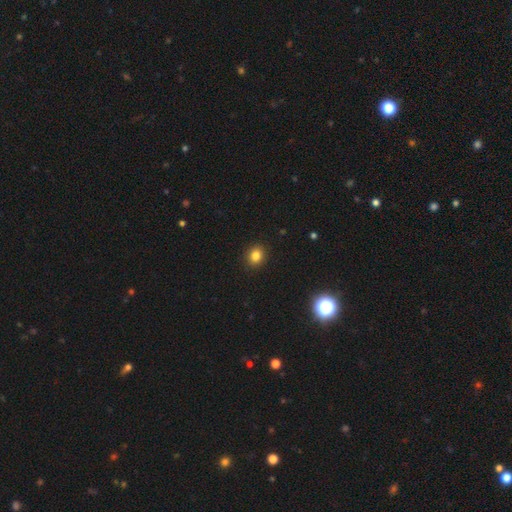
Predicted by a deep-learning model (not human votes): The model was most divided on "how rounded": round: 67%, in between: 32%, cigar-shaped: 1%. More confident: merging — none (91%); smooth or featured — smooth (83%).